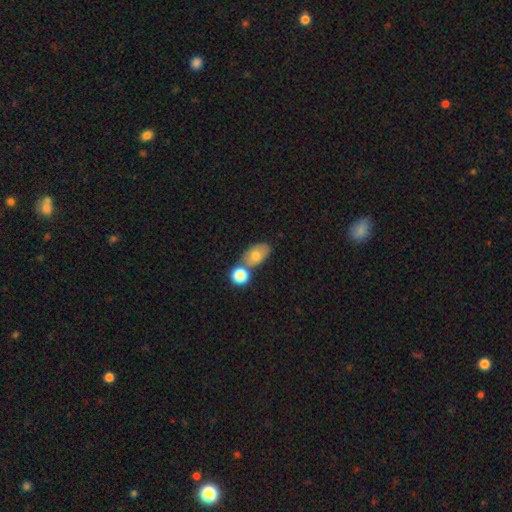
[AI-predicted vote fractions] smooth-or-featured: smooth: 73% | featured or disk: 17% | star or artifact: 10%
  how-rounded: in between: 82% | round: 16% | cigar-shaped: 2%
  merging: none: 48% | merger: 33% | minor disturbance: 14% | major disturbance: 5%